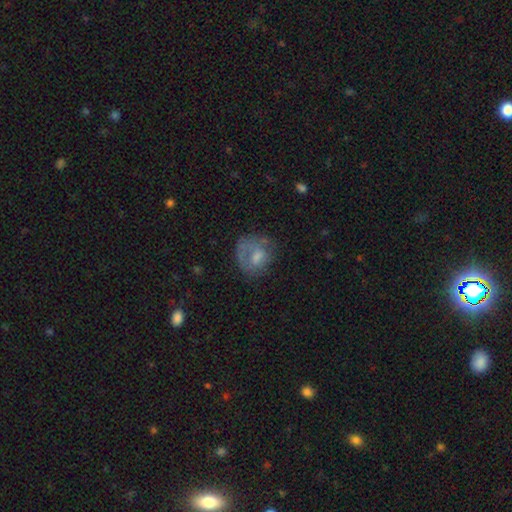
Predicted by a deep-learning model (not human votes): This is possibly a smooth galaxy (55%). How rounded: likely round (61%). Merging: marginally none (45%).